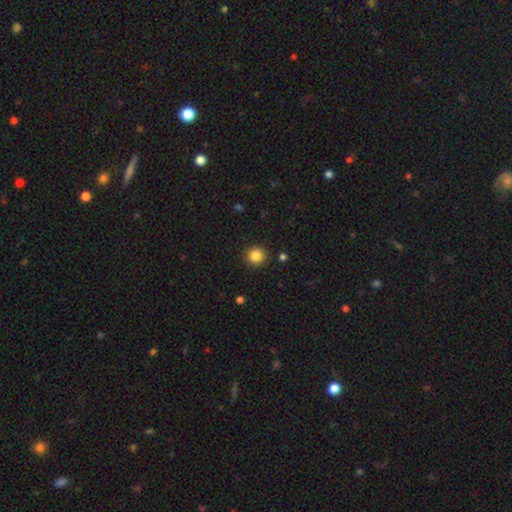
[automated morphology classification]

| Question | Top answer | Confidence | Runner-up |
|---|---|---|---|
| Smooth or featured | smooth | 85% | star or artifact (11%) |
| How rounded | round | 93% | in between (6%) |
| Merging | none | 91% | minor disturbance (5%) |